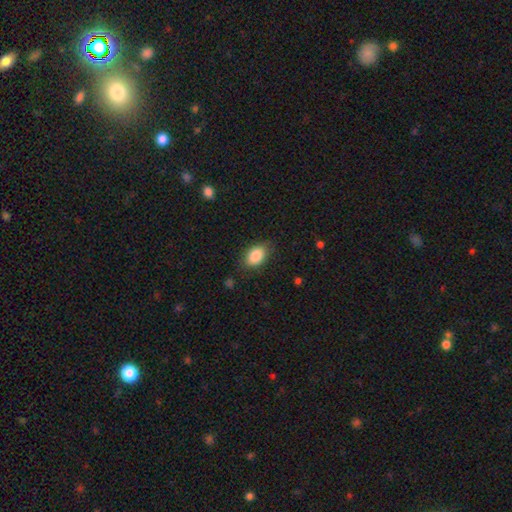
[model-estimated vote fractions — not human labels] A smooth galaxy with no disk features (87%) that is in between round and cigar-shaped (88%).

Vote fractions:
- Smooth or featured? smooth: 87% / star or artifact: 7% / featured or disk: 6%
- How rounded? in between: 88% / round: 10% / cigar-shaped: 2%
- Merging? none: 81% / minor disturbance: 14% / major disturbance: 4% / merger: 1%